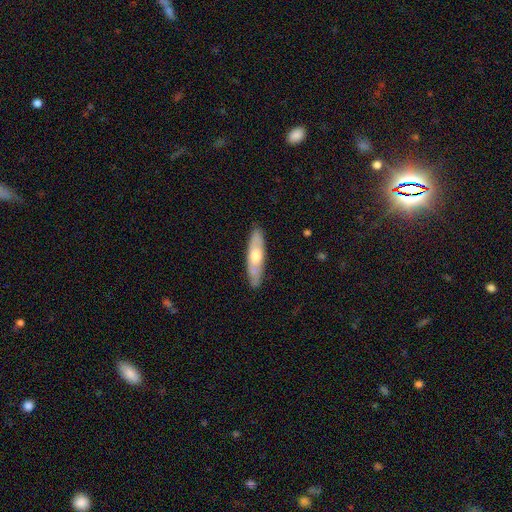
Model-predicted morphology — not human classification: This appears to be a smooth galaxy with no disk features (51%) that is cigar-shaped (67%). Merging: none (85%).